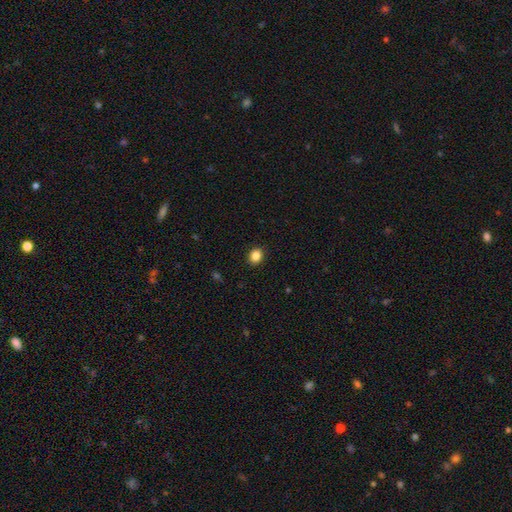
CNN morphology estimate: A smooth galaxy with no disk features (86%) that is round (55%).

Vote fractions:
- Smooth or featured? smooth: 86% / star or artifact: 10% / featured or disk: 4%
- How rounded? round: 55% / in between: 44% / cigar-shaped: 1%
- Merging? none: 91% / minor disturbance: 7% / major disturbance: 2% / merger: 1%